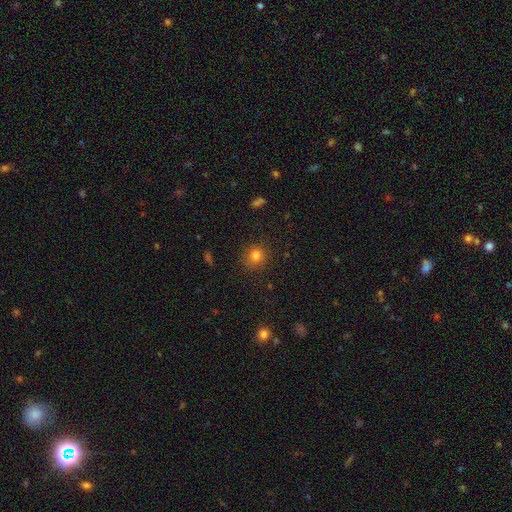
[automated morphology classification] Q: Smooth or featured?
A: smooth (80%); runner-up: star or artifact (14%)
Q: How rounded?
A: round (89%); runner-up: in between (10%)
Q: Merging?
A: none (87%); runner-up: minor disturbance (9%)